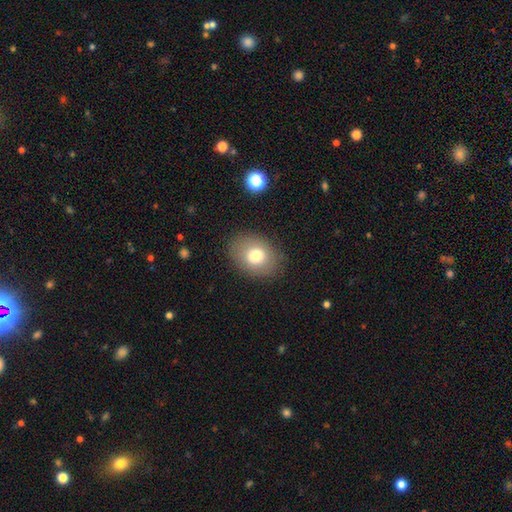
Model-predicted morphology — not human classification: This is likely a smooth galaxy (75%). How rounded: likely in between (63%). Merging: clearly none (84%).